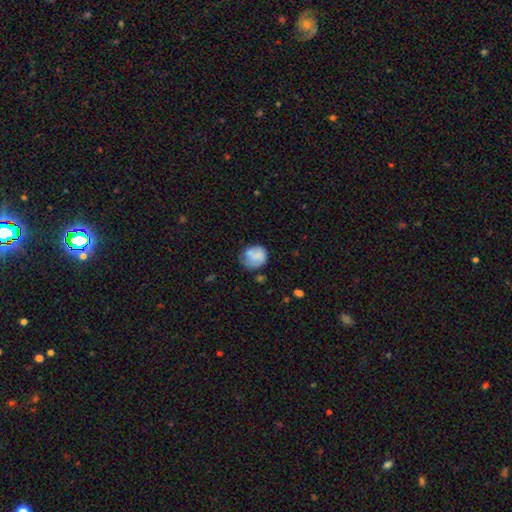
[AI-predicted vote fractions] smooth_or_featured: smooth (p=0.67) [alt: featured or disk p=0.25]
how_rounded: round (p=0.74) [alt: in between p=0.25]
merging: none (p=0.50) [alt: minor disturbance p=0.30]